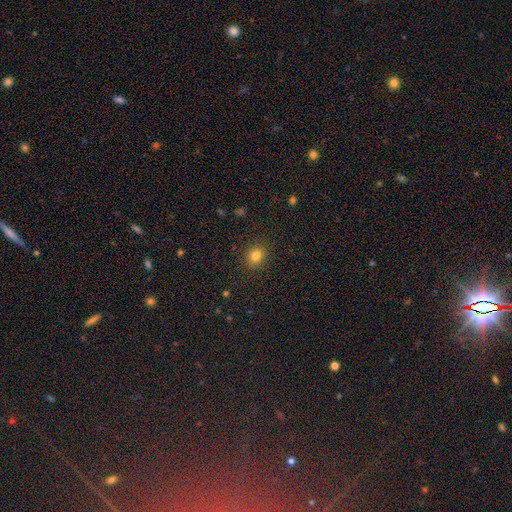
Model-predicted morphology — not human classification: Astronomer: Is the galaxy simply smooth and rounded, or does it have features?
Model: smooth — 82%.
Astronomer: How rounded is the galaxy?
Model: round — 79%.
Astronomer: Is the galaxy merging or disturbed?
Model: none — 89%.